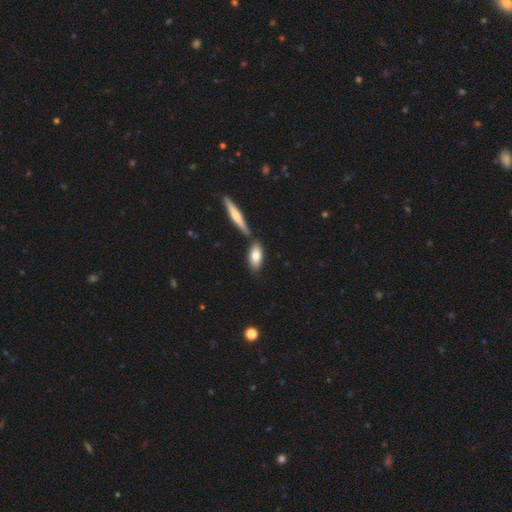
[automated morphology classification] smooth-or-featured: smooth: 76% | featured or disk: 18% | star or artifact: 6%
  how-rounded: in between: 77% | cigar-shaped: 20% | round: 3%
  merging: none: 72% | merger: 15% | minor disturbance: 11% | major disturbance: 2%